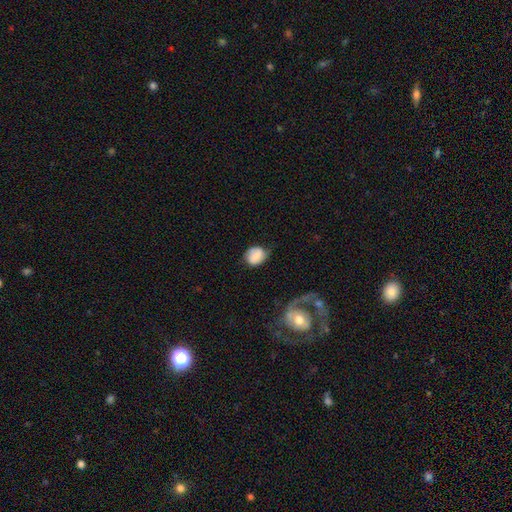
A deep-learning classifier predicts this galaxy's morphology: Smooth or featured? smooth (67%)
How rounded? round (52%)
Merging? none (54%)